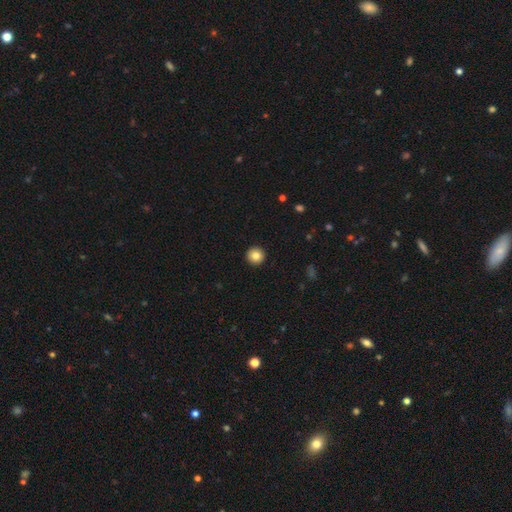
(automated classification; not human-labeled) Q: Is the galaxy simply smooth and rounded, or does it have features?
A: smooth — 84%.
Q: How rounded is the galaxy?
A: round — 96%.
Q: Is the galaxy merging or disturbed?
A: none — 94%.